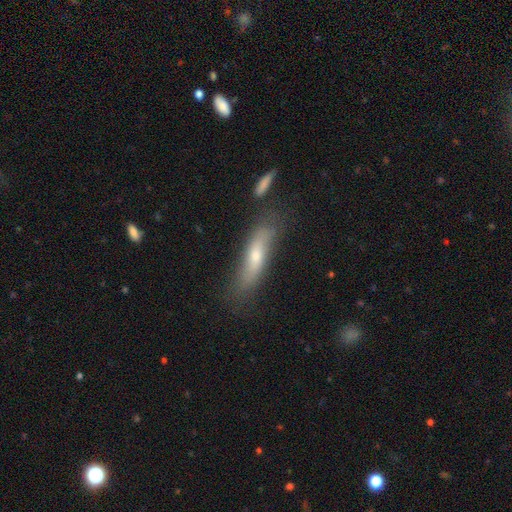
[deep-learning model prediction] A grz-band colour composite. It shows a smooth galaxy with no disk features (55%) that is cigar-shaped (69%). Merging: none (65%).